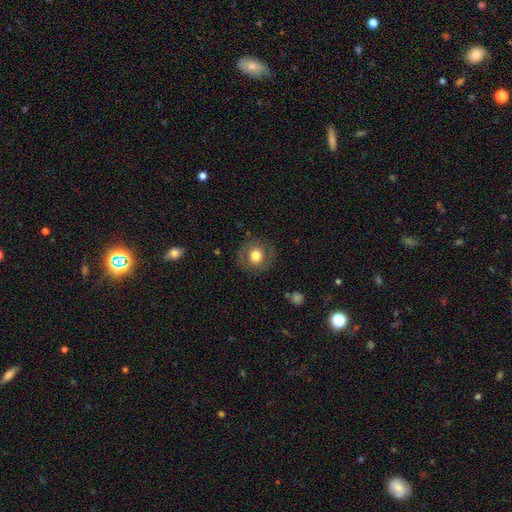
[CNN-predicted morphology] smooth-or-featured: smooth: 66% | featured or disk: 24% | star or artifact: 9%
  how-rounded: round: 91% | in between: 8% | cigar-shaped: 1%
  merging: none: 84% | minor disturbance: 10% | major disturbance: 5% | merger: 1%